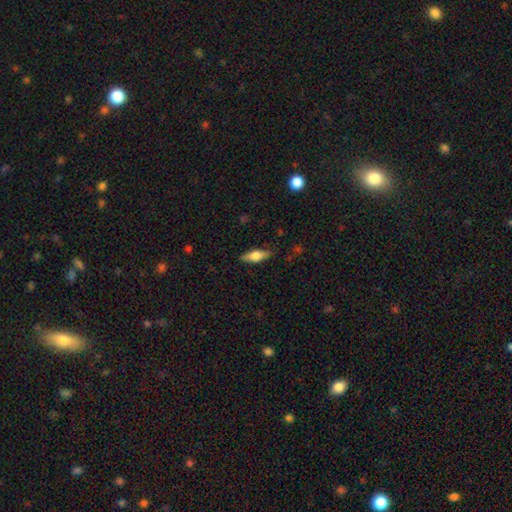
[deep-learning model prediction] Smooth or featured?
  - featured or disk: 47% * (tied)
  - smooth: 47% * (tied)
  - star or artifact: 7%
Merging?
  - none: 86% *
  - minor disturbance: 11%
  - major disturbance: 3%
  - merger: 1%